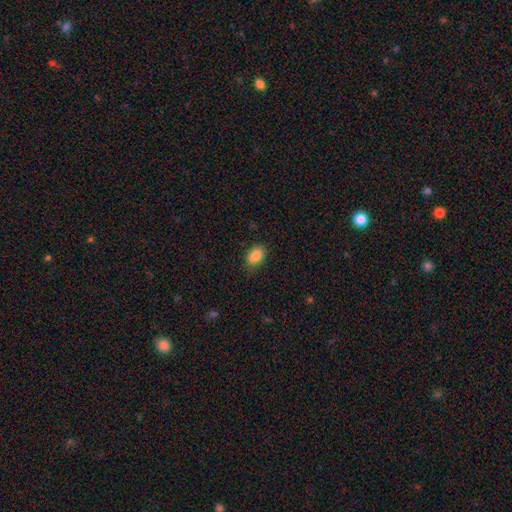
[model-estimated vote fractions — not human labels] A smooth galaxy with no disk features (84%) that is in between round and cigar-shaped (78%).

Vote fractions:
- Smooth or featured? smooth: 84% / star or artifact: 9% / featured or disk: 7%
- How rounded? in between: 78% / round: 20% / cigar-shaped: 1%
- Merging? none: 72% / minor disturbance: 21% / major disturbance: 4% / merger: 3%